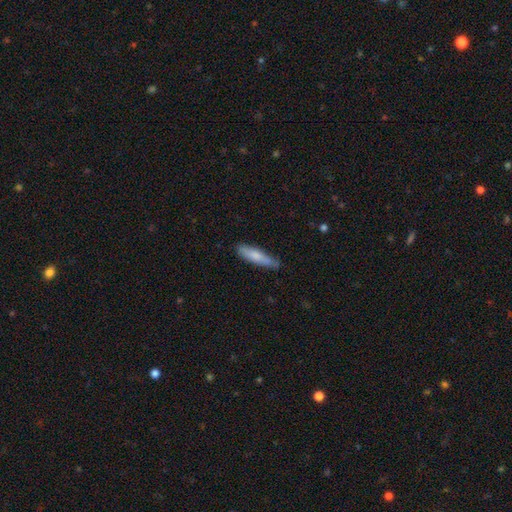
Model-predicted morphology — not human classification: Smooth or featured? smooth (74%)
How rounded? cigar-shaped (80%)
Merging? none (75%)